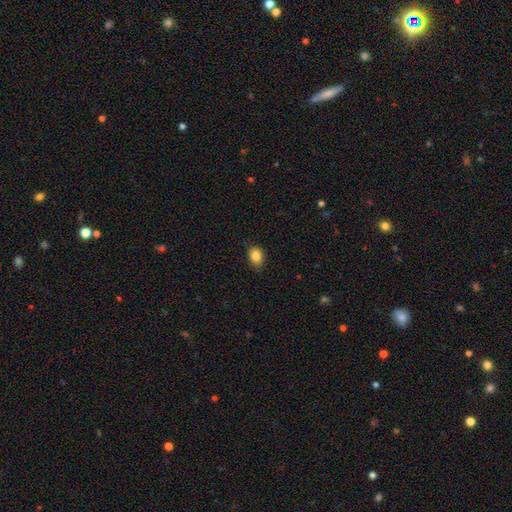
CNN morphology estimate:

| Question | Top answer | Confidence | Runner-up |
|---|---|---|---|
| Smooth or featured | smooth | 87% | star or artifact (9%) |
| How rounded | in between | 70% | round (29%) |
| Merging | none | 83% | minor disturbance (13%) |